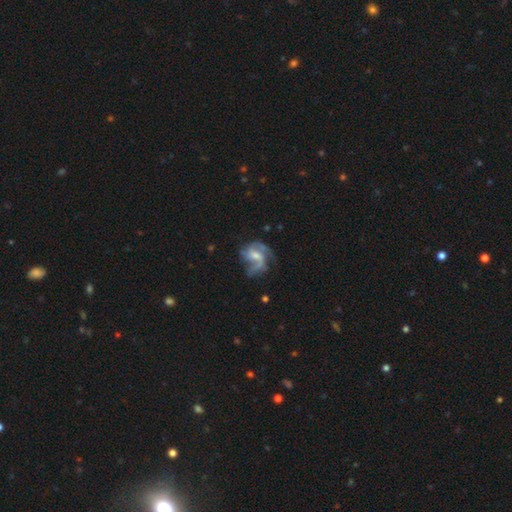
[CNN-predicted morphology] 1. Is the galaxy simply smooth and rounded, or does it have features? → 78% featured or disk, 14% smooth, 8% star or artifact.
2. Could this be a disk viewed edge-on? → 98% no, 2% yes.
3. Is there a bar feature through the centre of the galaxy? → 46% weak, 40% no, 14% strong.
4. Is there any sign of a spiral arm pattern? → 92% yes, 8% no.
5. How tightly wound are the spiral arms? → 48% medium, 33% loose, 19% tight.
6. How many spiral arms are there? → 40% 2, 31% 3, 13% can't tell, 7% 1, 4% 4, 3% more than 4.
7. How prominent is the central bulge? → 43% small, 42% moderate, 10% none, 4% large, 1% dominant.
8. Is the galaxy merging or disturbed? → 49% none, 26% major disturbance, 22% minor disturbance, 4% merger.